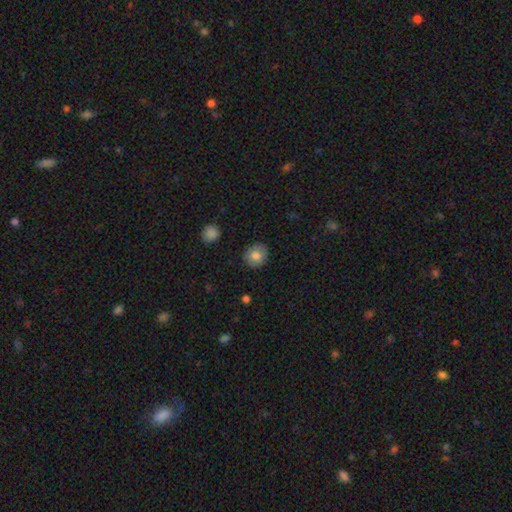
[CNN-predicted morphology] smooth 80%, featured or disk 12%, star or artifact 8%. Down the decision tree: how rounded — round (80%); merging — none (87%).